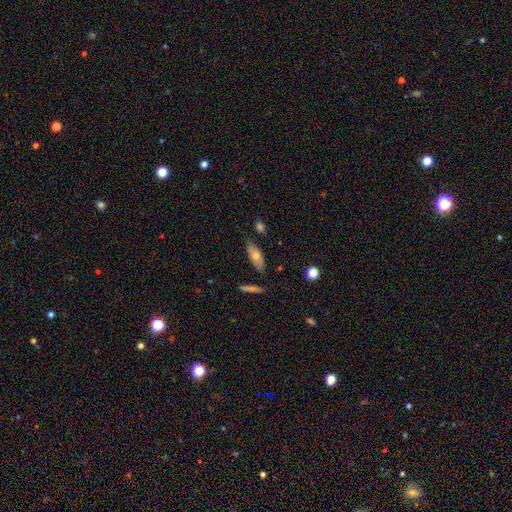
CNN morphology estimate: Smooth or featured?
  - smooth: 60% *
  - featured or disk: 33%
  - star or artifact: 7%
How rounded?
  - in between: 63% *
  - cigar-shaped: 34%
  - round: 3%
Merging?
  - none: 76% *
  - minor disturbance: 17%
  - merger: 4%
  - major disturbance: 3%